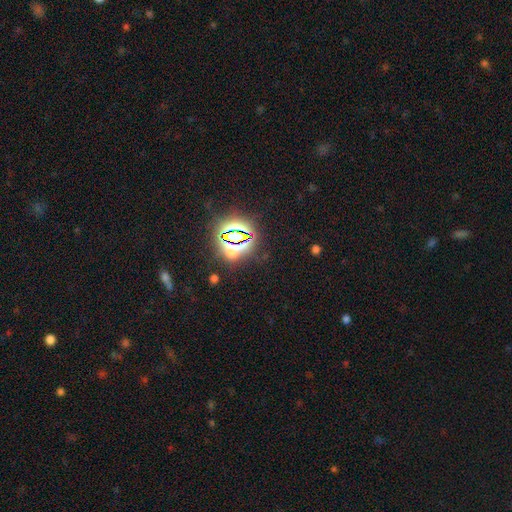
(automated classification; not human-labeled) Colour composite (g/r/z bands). It shows a star or artifact, not a galaxy (83%).